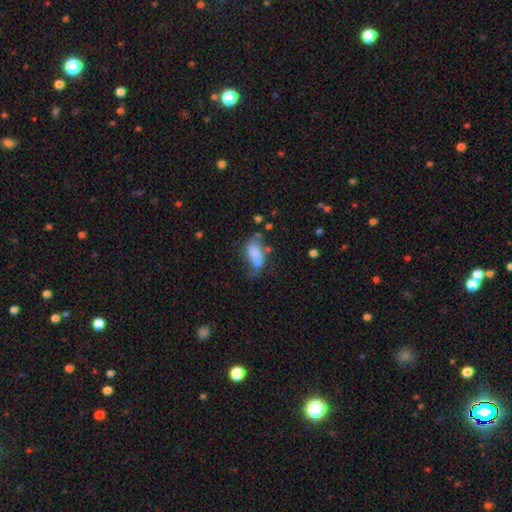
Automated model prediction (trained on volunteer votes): smooth-or-featured: smooth: 62% | featured or disk: 28% | star or artifact: 10%
  how-rounded: in between: 85% | cigar-shaped: 9% | round: 5%
  merging: major disturbance: 27% | none: 25% | merger: 24% | minor disturbance: 23%